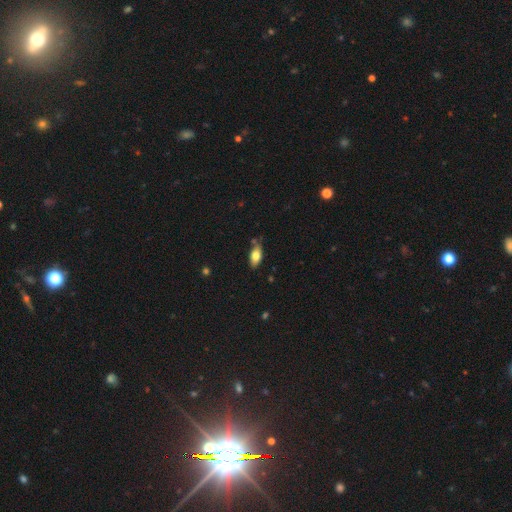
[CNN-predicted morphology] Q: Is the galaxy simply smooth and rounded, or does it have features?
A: smooth — 76%.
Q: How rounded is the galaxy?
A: in between — 88%.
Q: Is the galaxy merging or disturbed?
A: none — 75%.